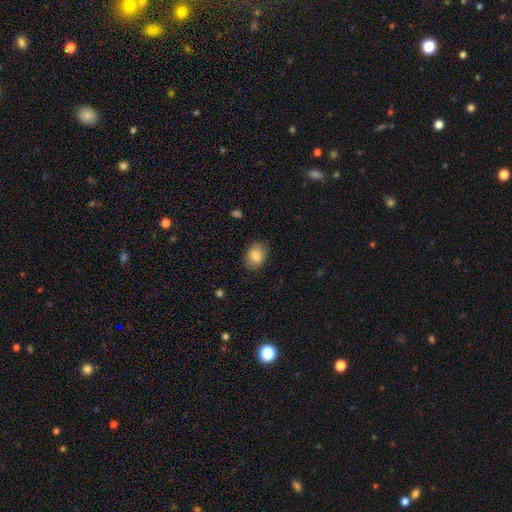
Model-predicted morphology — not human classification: This appears to be a smooth galaxy with no disk features (84%) that is in between round and cigar-shaped (66%). Merging: none (82%).